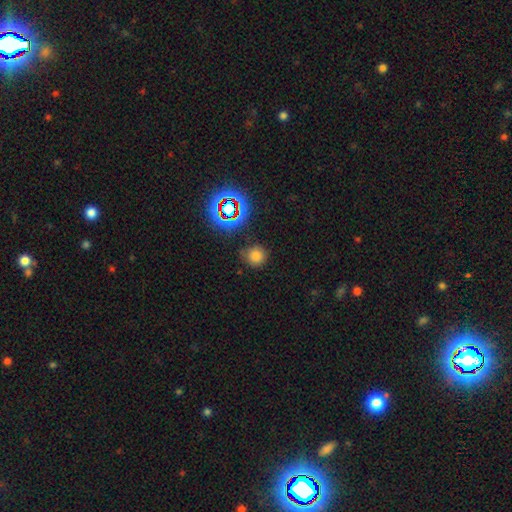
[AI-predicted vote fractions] Smooth or featured?
  - smooth: 73% *
  - star or artifact: 21%
  - featured or disk: 6%
How rounded?
  - round: 90% *
  - in between: 8%
  - cigar-shaped: 1%
Merging?
  - none: 79% *
  - minor disturbance: 14%
  - major disturbance: 4%
  - merger: 3%